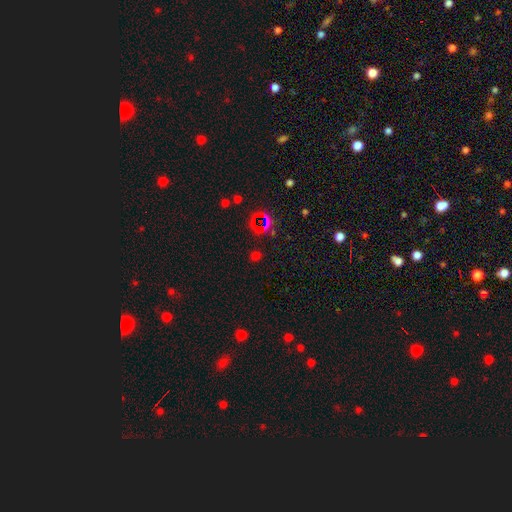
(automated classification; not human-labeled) This appears to be a star or artifact, not a galaxy (51%).